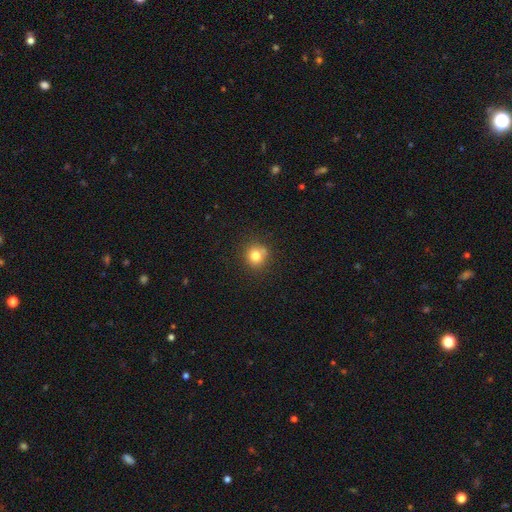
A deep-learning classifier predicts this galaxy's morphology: smooth 78%, star or artifact 13%, featured or disk 9%. Down the decision tree: how rounded — round (91%); merging — none (78%).